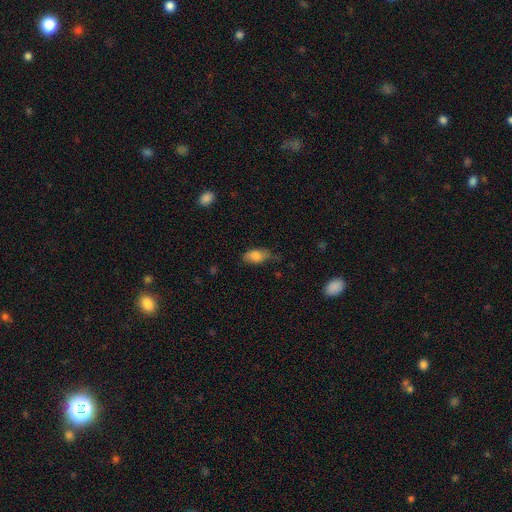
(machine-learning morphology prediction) A smooth galaxy with no disk features (80%) that is in between round and cigar-shaped (88%). Merging: none (62%).